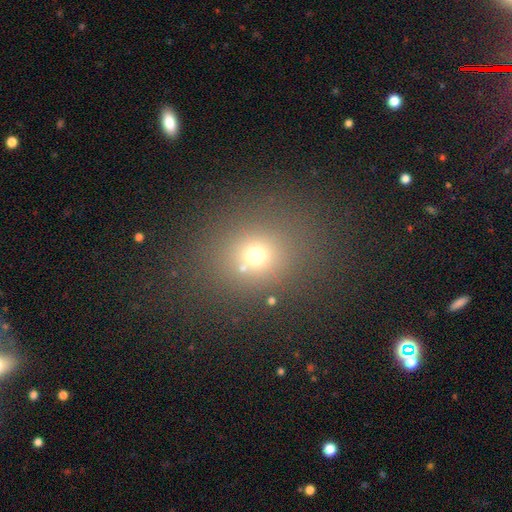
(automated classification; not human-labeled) smooth-or-featured: smooth: 67% | star or artifact: 23% | featured or disk: 10%
  how-rounded: round: 71% | in between: 28% | cigar-shaped: 1%
  merging: none: 77% | minor disturbance: 11% | merger: 7% | major disturbance: 6%